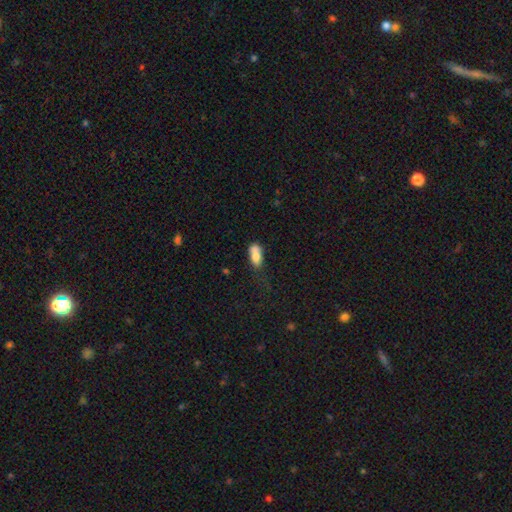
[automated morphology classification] A smooth galaxy with no disk features (72%) that is in between round and cigar-shaped (82%).

Vote fractions:
- Smooth or featured? smooth: 72% / featured or disk: 18% / star or artifact: 9%
- How rounded? in between: 82% / round: 9% / cigar-shaped: 9%
- Merging? merger: 38% / none: 29% / minor disturbance: 21% / major disturbance: 12%